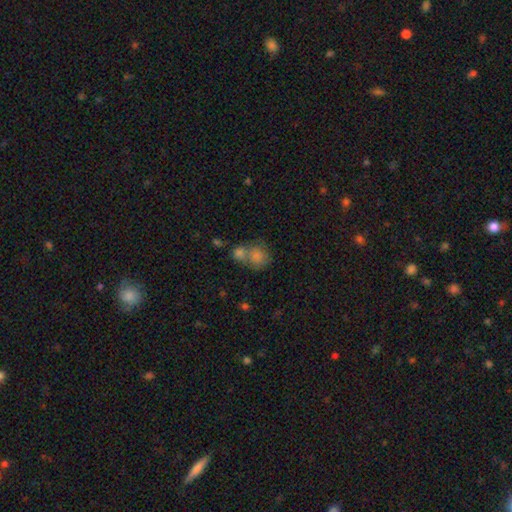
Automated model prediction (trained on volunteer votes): The model was most divided on "merging": merger: 56%, none: 28%, minor disturbance: 10%, major disturbance: 6%. More confident: smooth or featured — smooth (79%); how rounded — round (69%).